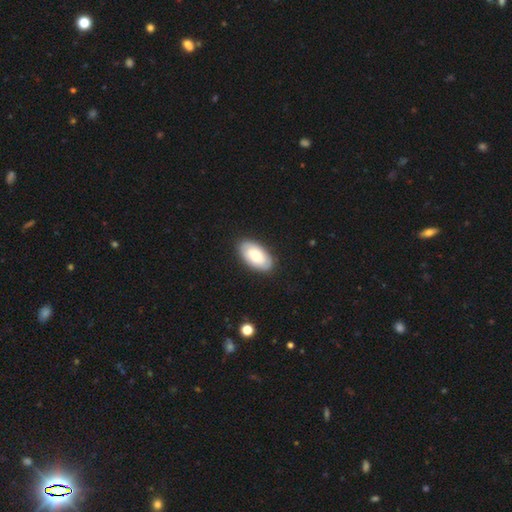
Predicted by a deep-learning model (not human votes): A smooth galaxy with no disk features (65%) that is in between round and cigar-shaped (95%). Merging: none (86%).